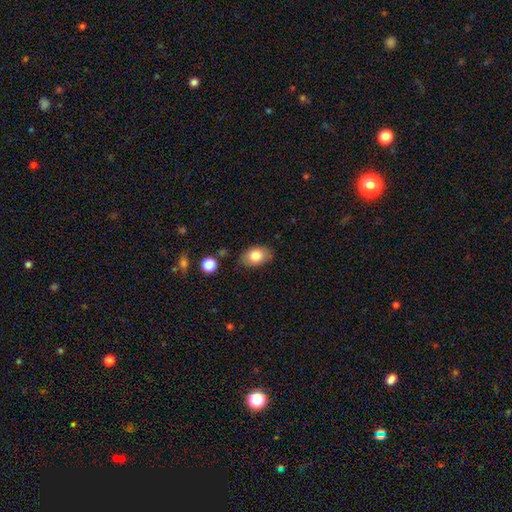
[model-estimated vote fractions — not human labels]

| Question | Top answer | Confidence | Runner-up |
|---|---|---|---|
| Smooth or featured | smooth | 81% | featured or disk (12%) |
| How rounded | in between | 84% | round (15%) |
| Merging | none | 80% | minor disturbance (14%) |